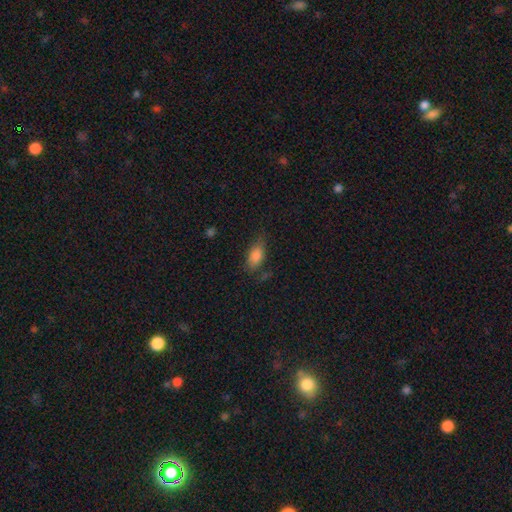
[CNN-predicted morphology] This appears to be a smooth galaxy with no disk features (82%) that is in between round and cigar-shaped (88%). Merging: none (63%).